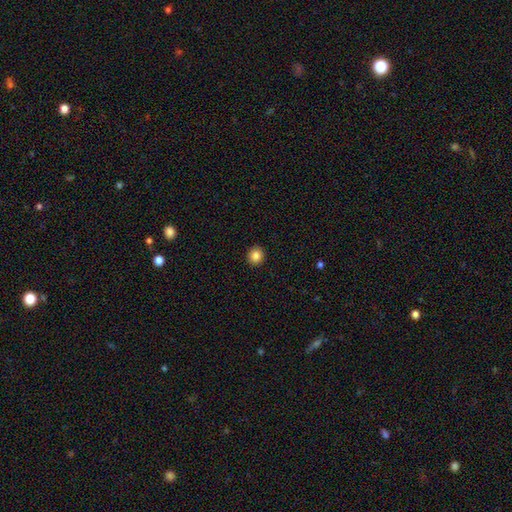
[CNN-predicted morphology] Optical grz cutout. It shows a smooth galaxy with no disk features (85%) that is round (90%). Merging: none (93%).